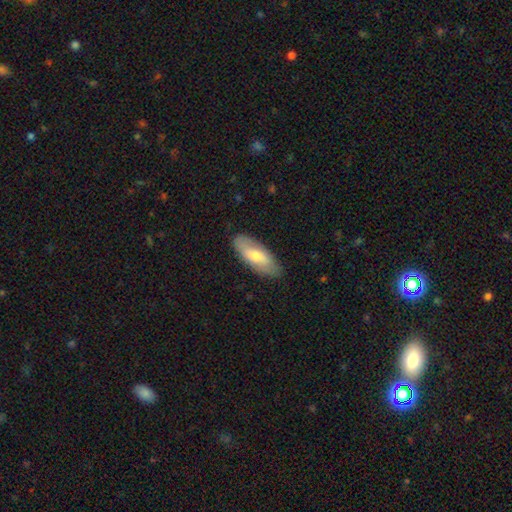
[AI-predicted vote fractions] This is likely a smooth galaxy (62%). How rounded: likely in between (76%). Merging: clearly none (83%).